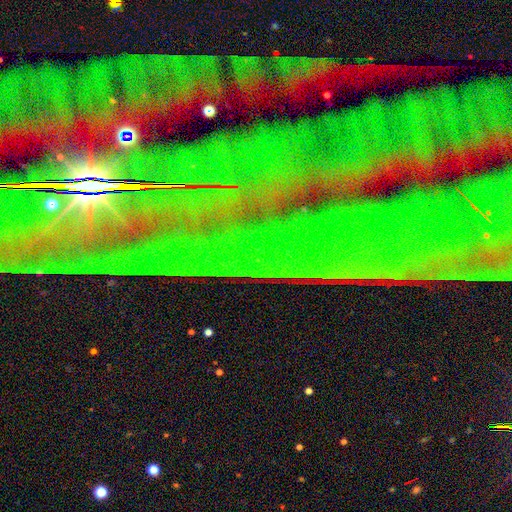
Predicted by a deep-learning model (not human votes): The model was most divided on "smooth or featured": star or artifact: 86%, featured or disk: 8%, smooth: 5%.